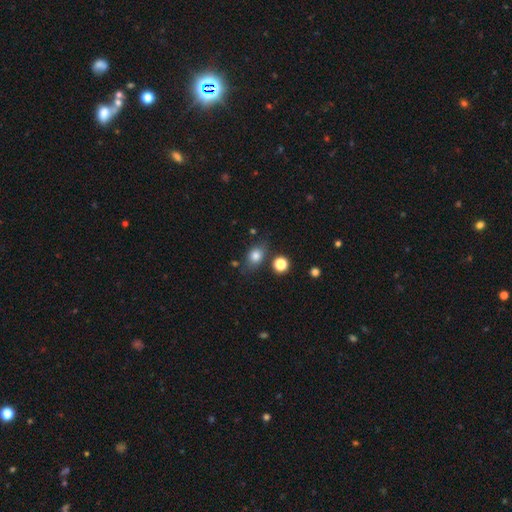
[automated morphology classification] smooth_or_featured: smooth (p=0.80) [alt: star or artifact p=0.11]
how_rounded: in between (p=0.59) [alt: round p=0.39]
merging: none (p=0.73) [alt: minor disturbance p=0.16]